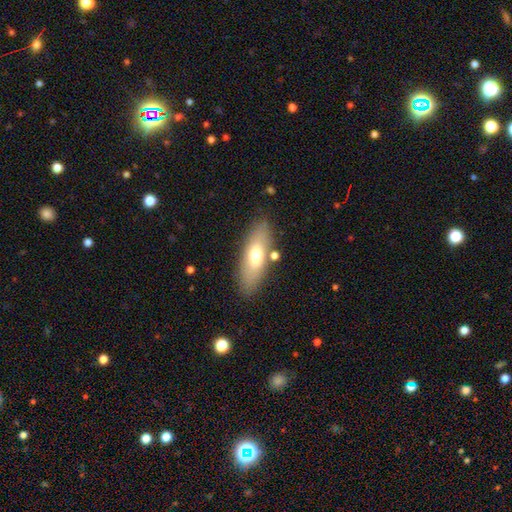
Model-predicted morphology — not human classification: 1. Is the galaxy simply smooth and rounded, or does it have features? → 64% smooth, 29% featured or disk, 7% star or artifact.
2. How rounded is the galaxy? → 65% in between, 32% cigar-shaped, 3% round.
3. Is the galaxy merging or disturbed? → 80% none, 11% minor disturbance, 5% merger, 3% major disturbance.